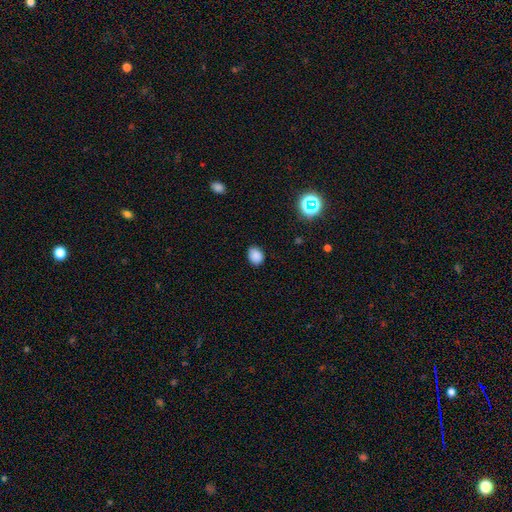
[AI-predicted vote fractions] A smooth galaxy with no disk features (86%) that is in between round and cigar-shaped (57%).

Vote fractions:
- Smooth or featured? smooth: 86% / star or artifact: 10% / featured or disk: 4%
- How rounded? in between: 57% / round: 42% / cigar-shaped: 1%
- Merging? none: 83% / minor disturbance: 14% / major disturbance: 3% / merger: 1%